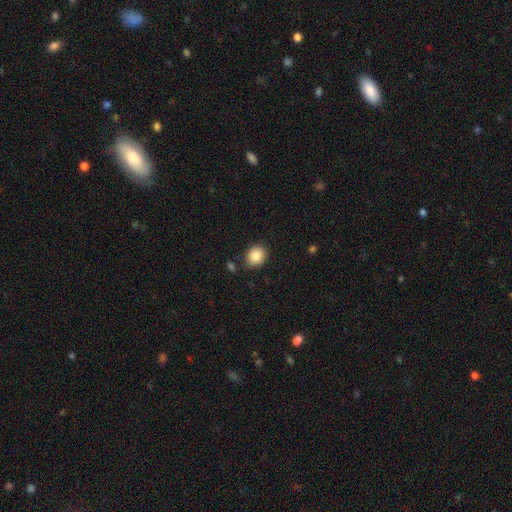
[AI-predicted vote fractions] Overall: smooth (87%). How rounded: round (69%; in between 30%). Merging: none (85%).